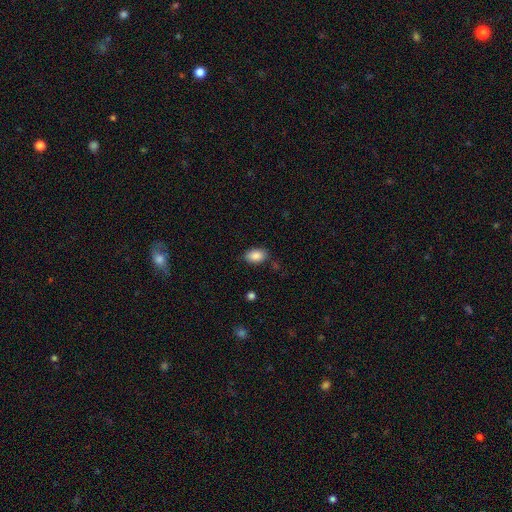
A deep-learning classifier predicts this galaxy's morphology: Overall: smooth (88%). How rounded: in between (88%). Merging: none (81%).